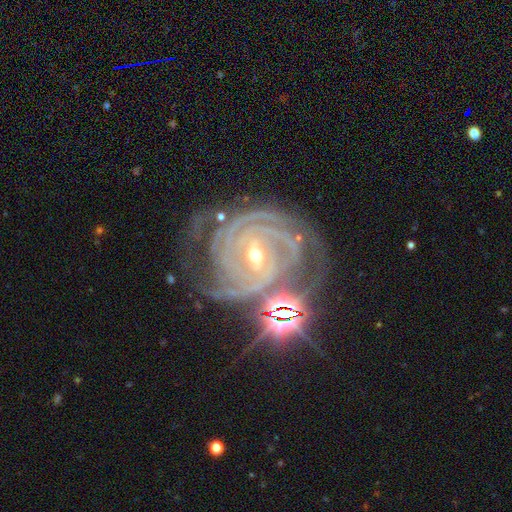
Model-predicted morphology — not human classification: This is clearly a featured or disk galaxy (90%). It is clearly not viewed edge-on (97%). Bar: marginally strong (39%, tied with weak). Spiral arm pattern: clearly yes (98%). Spiral arm count: marginally 3 (29%). Spiral winding: clearly tight (82%). Central bulge: possibly small (50%). Merging: likely none (63%).